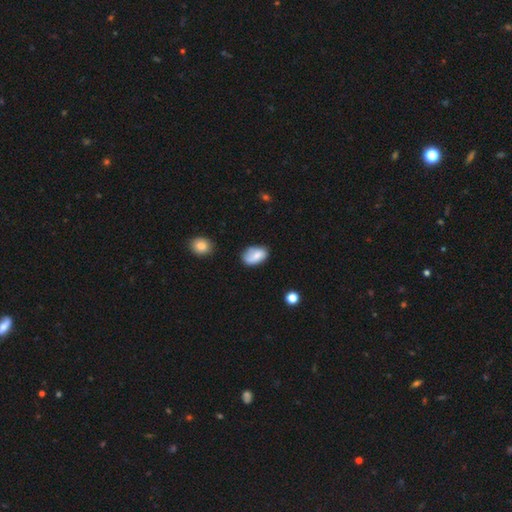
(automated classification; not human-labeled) Smooth or featured: smooth — 75% (featured or disk — 17%)
How rounded: in between — 89% (round — 10%)
Merging: none — 63% (minor disturbance — 26%)